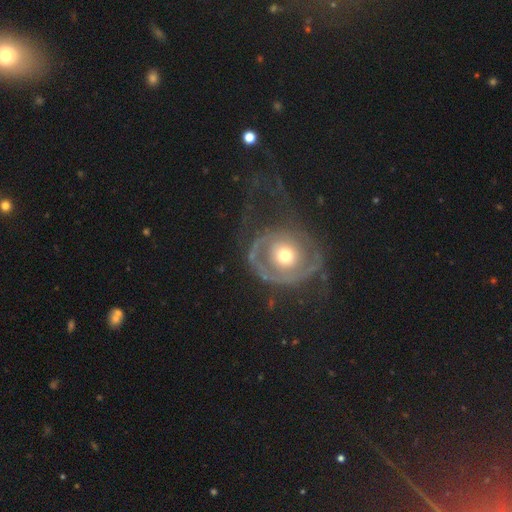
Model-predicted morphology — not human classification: type=featured or disk (72%); edge-on=no (96%); bar=no (83%); spiral arms=yes (59%); bulge=moderate (70%); merging=major disturbance (42%).